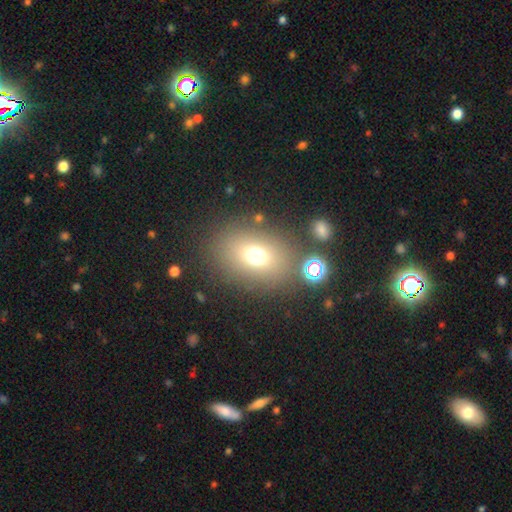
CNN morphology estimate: smooth_or_featured: smooth (p=0.70) [alt: star or artifact p=0.17]
how_rounded: in between (p=0.60) [alt: round p=0.38]
merging: none (p=0.76) [alt: minor disturbance p=0.10]